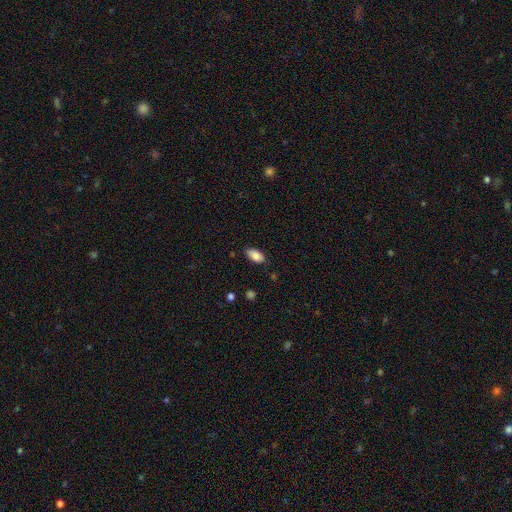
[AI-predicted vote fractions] This appears to be a smooth galaxy with no disk features (81%) that is in between round and cigar-shaped (93%). Merging: none (82%).